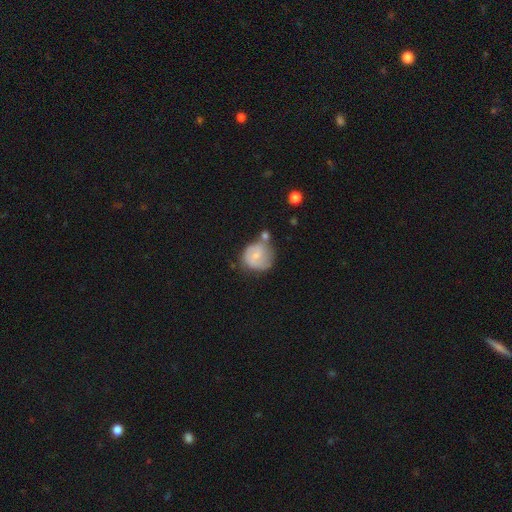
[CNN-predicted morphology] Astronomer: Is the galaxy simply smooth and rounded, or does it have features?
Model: smooth — 55% (runner-up: featured or disk, 38%).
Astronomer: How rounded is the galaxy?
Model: round — 81%.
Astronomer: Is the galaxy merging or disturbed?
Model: none — 40% (runner-up: minor disturbance, 27%).